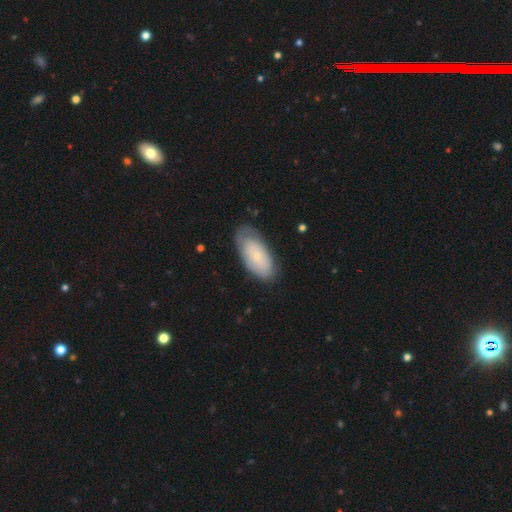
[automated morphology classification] Smooth or featured: smooth — 53% (featured or disk — 40%)
How rounded: in between — 92% (cigar-shaped — 5%)
Merging: none — 69% (minor disturbance — 23%)